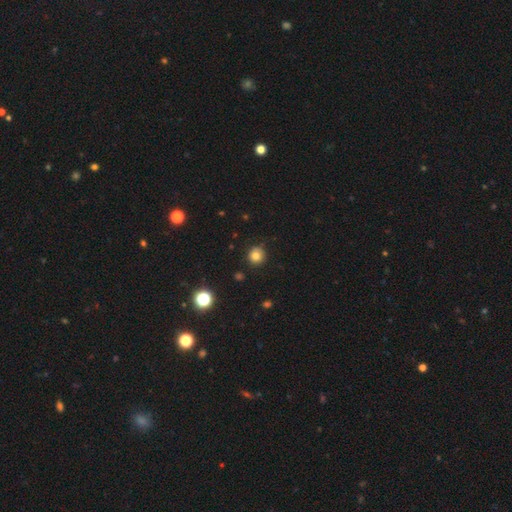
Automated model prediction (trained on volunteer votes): Smooth or featured?
  - smooth: 80% *
  - star or artifact: 13%
  - featured or disk: 7%
How rounded?
  - round: 91% *
  - in between: 8%
  - cigar-shaped: 1%
Merging?
  - none: 84% *
  - minor disturbance: 12%
  - major disturbance: 3%
  - merger: 2%